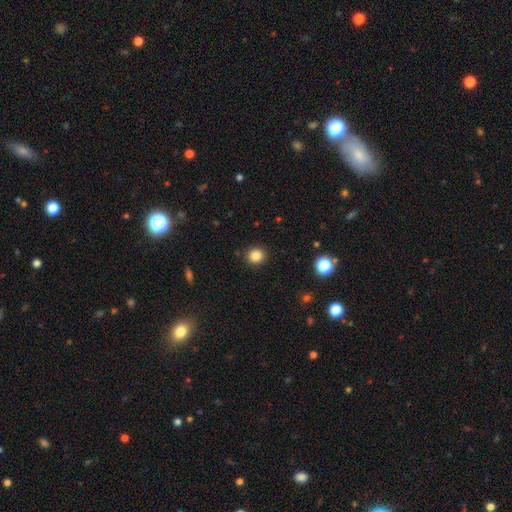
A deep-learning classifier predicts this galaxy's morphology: smooth 85%, star or artifact 11%, featured or disk 4%. Down the decision tree: how rounded — round (91%); merging — none (91%).